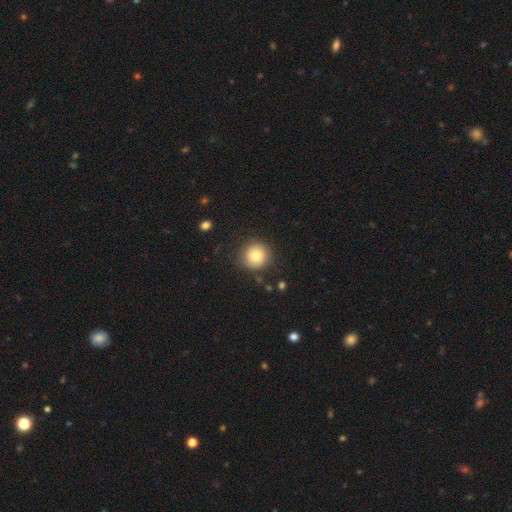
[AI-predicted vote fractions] Smooth or featured: smooth — 79% (featured or disk — 12%)
How rounded: round — 92% (in between — 7%)
Merging: none — 83% (minor disturbance — 12%)